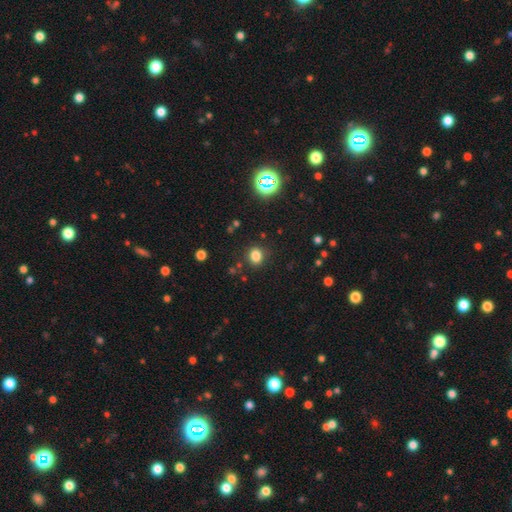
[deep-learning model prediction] Smooth or featured?
  - smooth: 79% *
  - star or artifact: 15%
  - featured or disk: 5%
How rounded?
  - round: 63% *
  - in between: 36%
  - cigar-shaped: 1%
Merging?
  - none: 84% *
  - minor disturbance: 10%
  - major disturbance: 4%
  - merger: 2%